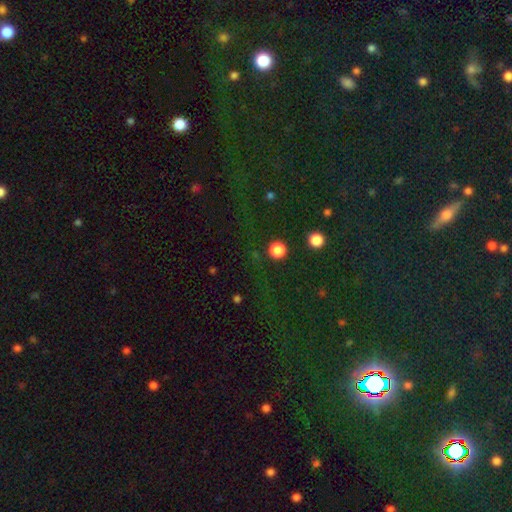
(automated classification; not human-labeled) Smooth or featured?
  - star or artifact: 74% *
  - smooth: 17%
  - featured or disk: 9%